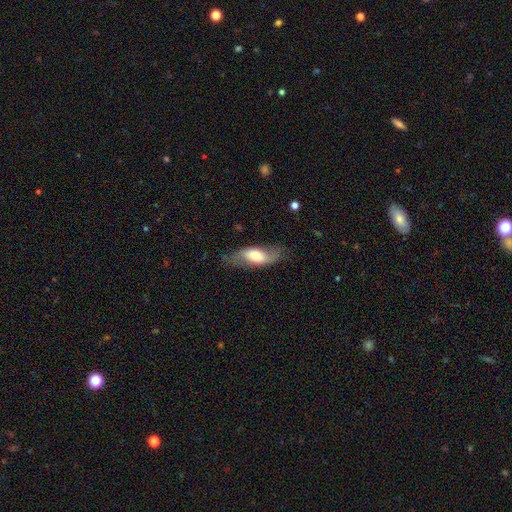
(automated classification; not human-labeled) A smooth galaxy with no disk features (51%) that is in between round and cigar-shaped (77%).

Vote fractions:
- Smooth or featured? smooth: 51% / featured or disk: 43% / star or artifact: 7%
- How rounded? in between: 77% / cigar-shaped: 19% / round: 4%
- Merging? none: 68% / minor disturbance: 21% / major disturbance: 9% / merger: 2%